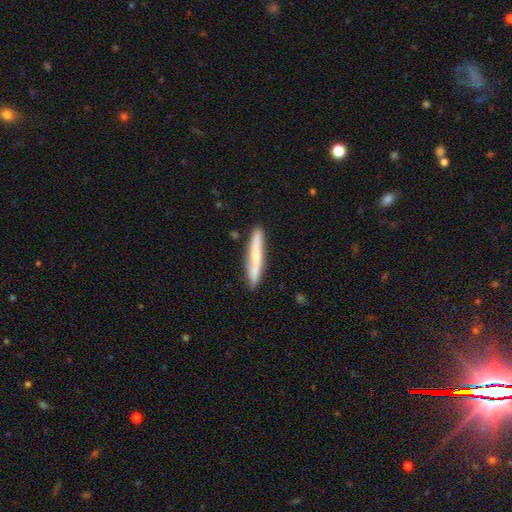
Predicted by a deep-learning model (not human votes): The model was most divided on "smooth or featured": smooth: 53%, featured or disk: 41%, star or artifact: 6%. More confident: how rounded — cigar-shaped (95%); merging — none (87%).